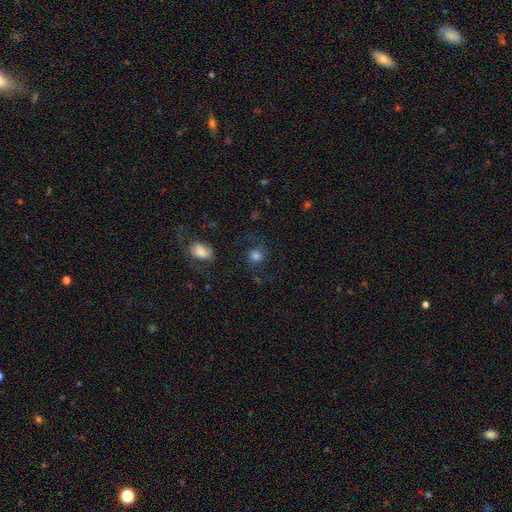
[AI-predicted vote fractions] smooth-or-featured: smooth: 61% | featured or disk: 24% | star or artifact: 15%
  how-rounded: round: 81% | in between: 18% | cigar-shaped: 1%
  merging: none: 67% | minor disturbance: 16% | major disturbance: 13% | merger: 4%